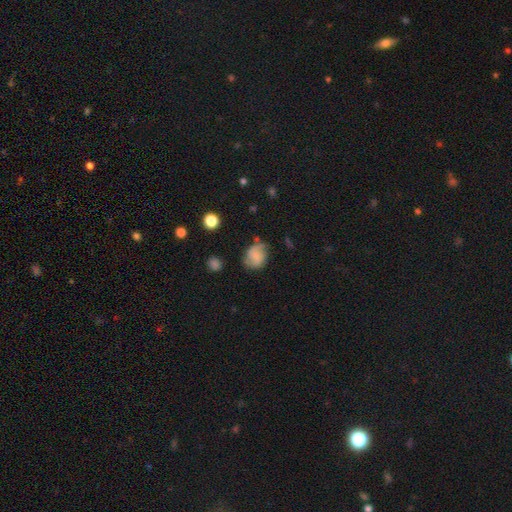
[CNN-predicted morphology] Smooth or featured? Predicted: smooth (p=0.59). How rounded? Predicted: round (p=0.51). Merging? Predicted: none (p=0.60).